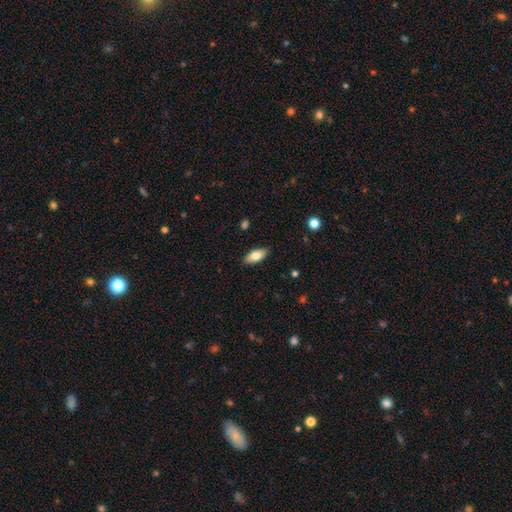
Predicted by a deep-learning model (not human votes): Smooth or featured? Predicted: smooth (p=0.77). How rounded? Predicted: in between (p=0.86). Merging? Predicted: none (p=0.88).